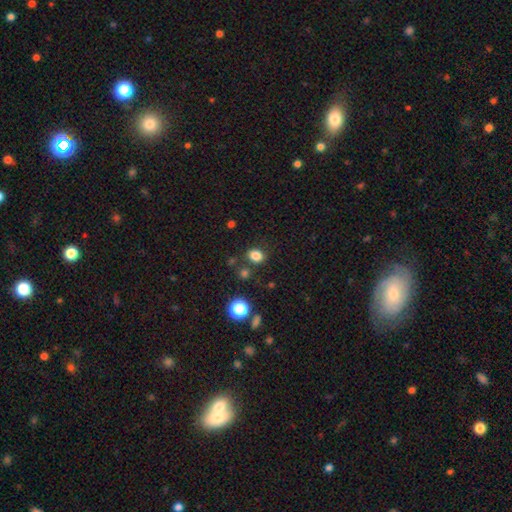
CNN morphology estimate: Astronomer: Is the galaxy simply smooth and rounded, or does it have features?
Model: smooth — 81%.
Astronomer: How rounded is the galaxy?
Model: round — 51% (runner-up: in between, 48%).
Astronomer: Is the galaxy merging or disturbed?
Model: none — 79%.